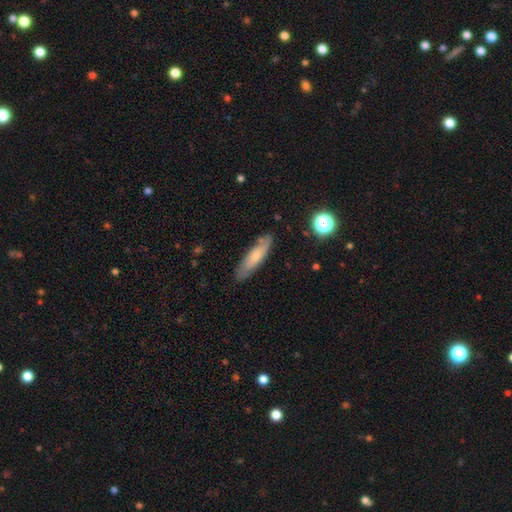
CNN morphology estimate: Smooth or featured? smooth (58%)
How rounded? cigar-shaped (72%)
Merging? none (80%)